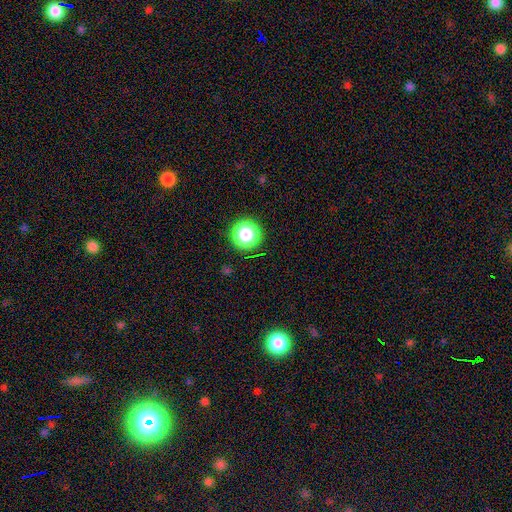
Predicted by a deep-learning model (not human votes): This appears to be a smooth galaxy with no disk features (71%) that is round (95%). Merging: none (90%).